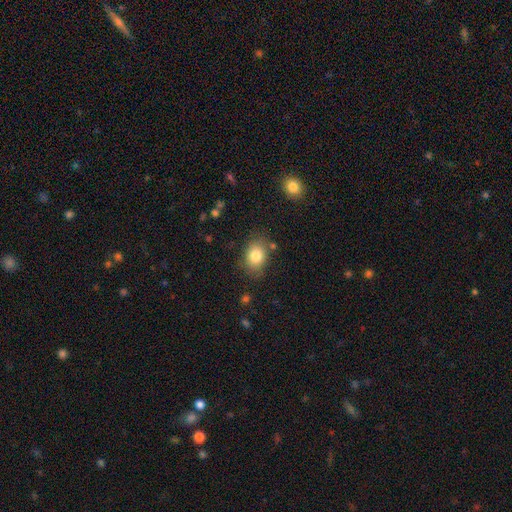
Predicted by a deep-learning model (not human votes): A smooth galaxy with no disk features (83%) that is in between round and cigar-shaped (66%).

Vote fractions:
- Smooth or featured? smooth: 83% / star or artifact: 9% / featured or disk: 8%
- How rounded? in between: 66% / round: 33% / cigar-shaped: 1%
- Merging? none: 77% / minor disturbance: 15% / major disturbance: 4% / merger: 3%